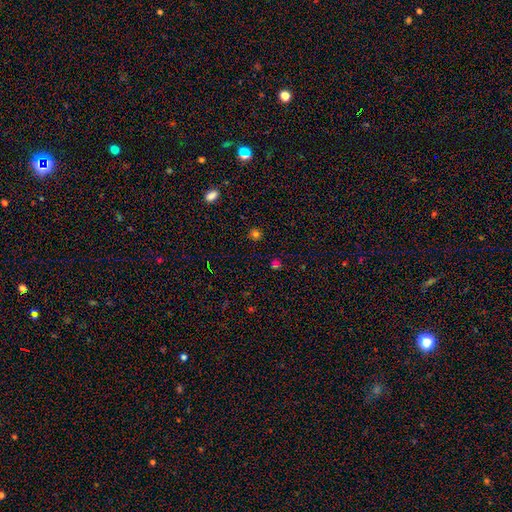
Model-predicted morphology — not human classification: Smooth or featured?
  - smooth: 60% *
  - star or artifact: 34%
  - featured or disk: 6%
How rounded?
  - round: 86% *
  - in between: 13%
  - cigar-shaped: 1%
Merging?
  - none: 85% *
  - minor disturbance: 9%
  - major disturbance: 3%
  - merger: 3%